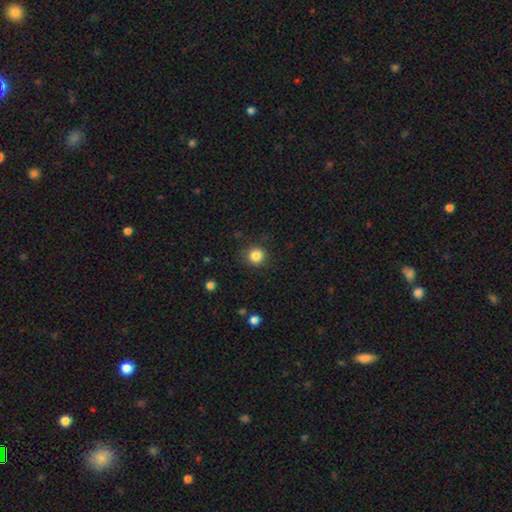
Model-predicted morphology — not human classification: A smooth galaxy with no disk features (84%) that is round (93%). Merging: none (88%).